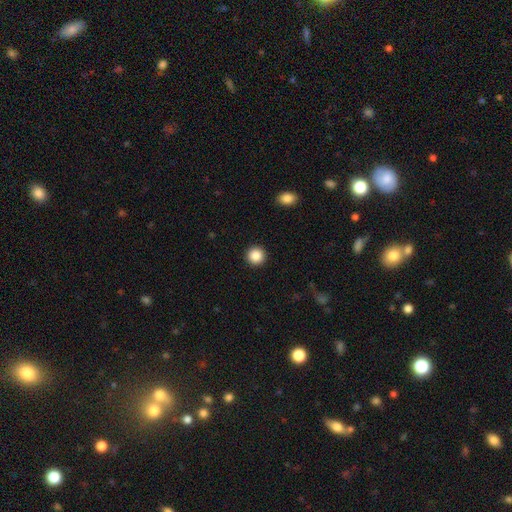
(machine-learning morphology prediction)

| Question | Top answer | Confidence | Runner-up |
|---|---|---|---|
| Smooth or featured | smooth | 87% | star or artifact (10%) |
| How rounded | round | 96% | in between (3%) |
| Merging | none | 93% | minor disturbance (4%) |